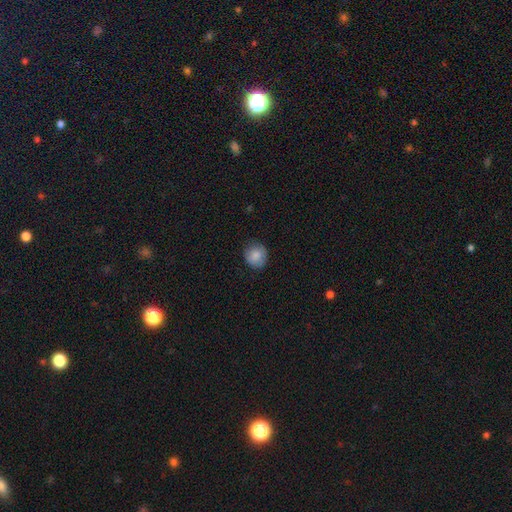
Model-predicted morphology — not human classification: Smooth or featured: smooth — 84% (featured or disk — 8%)
How rounded: round — 87% (in between — 12%)
Merging: none — 81% (minor disturbance — 15%)